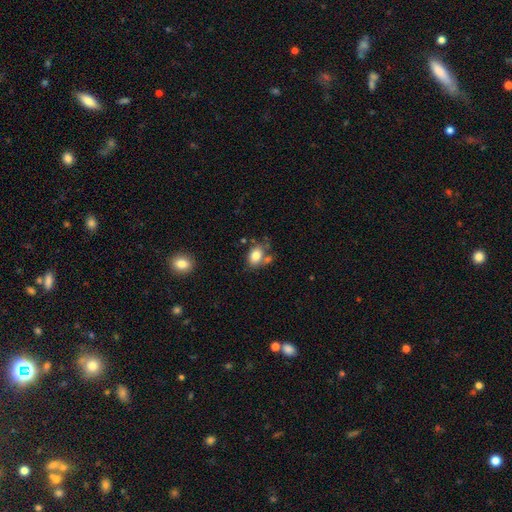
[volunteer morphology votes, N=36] Q: Smooth or featured?
A: smooth (92%); runner-up: featured or disk (8%)
Q: How rounded?
A: in between (82%); runner-up: round (18%)
Q: Merging?
A: none (50%); runner-up: minor disturbance (31%)